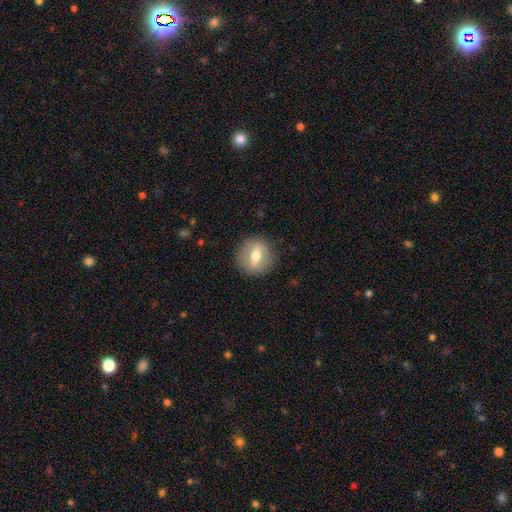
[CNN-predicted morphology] Smooth or featured?
  - smooth: 47% *
  - featured or disk: 46%
  - star or artifact: 8%
Merging?
  - none: 87% *
  - minor disturbance: 9%
  - major disturbance: 3%
  - merger: 1%